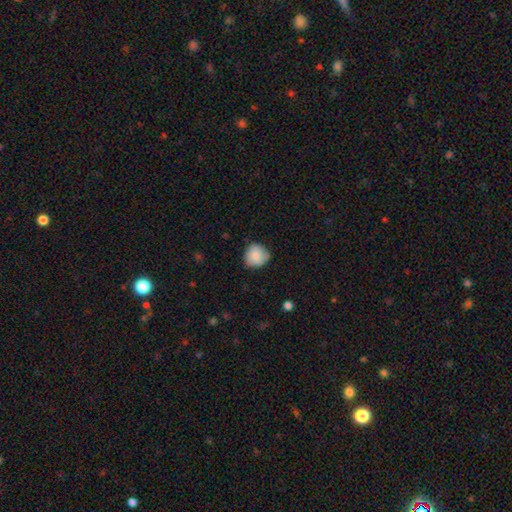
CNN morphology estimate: type=smooth (81%); roundness=round (87%); merging=none (73%).